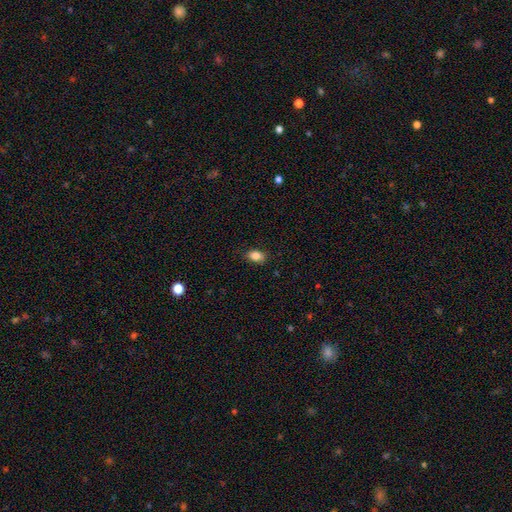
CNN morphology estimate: smooth_or_featured: smooth (p=0.86) [alt: star or artifact p=0.09]
how_rounded: in between (p=0.82) [alt: round p=0.16]
merging: none (p=0.85) [alt: minor disturbance p=0.12]